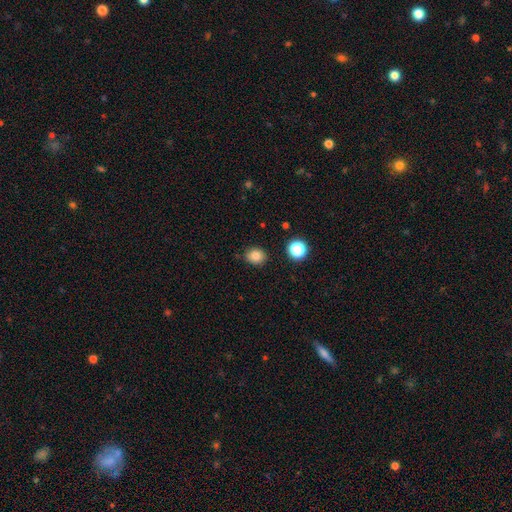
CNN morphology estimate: A smooth galaxy with no disk features (82%) that is round (71%).

Vote fractions:
- Smooth or featured? smooth: 82% / star or artifact: 12% / featured or disk: 6%
- How rounded? round: 71% / in between: 28% / cigar-shaped: 1%
- Merging? none: 84% / minor disturbance: 11% / major disturbance: 2% / merger: 2%